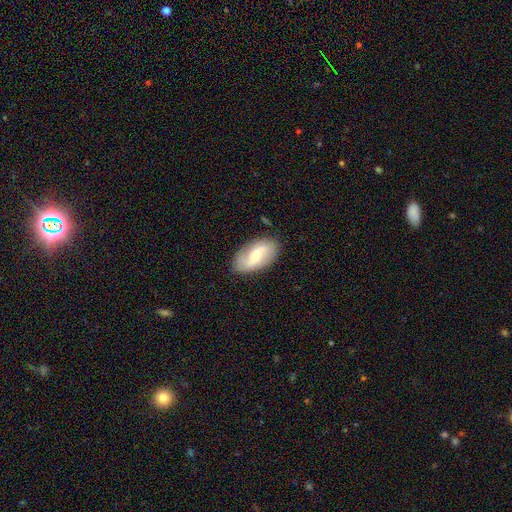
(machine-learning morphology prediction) Smooth or featured? Predicted: featured or disk (p=0.58). Edge-on disk? Predicted: no (p=0.94). Bar? Predicted: weak (p=0.48). Spiral arms? Predicted: yes (p=0.84). Bulge size? Predicted: moderate (p=0.47). Merging? Predicted: none (p=0.84).